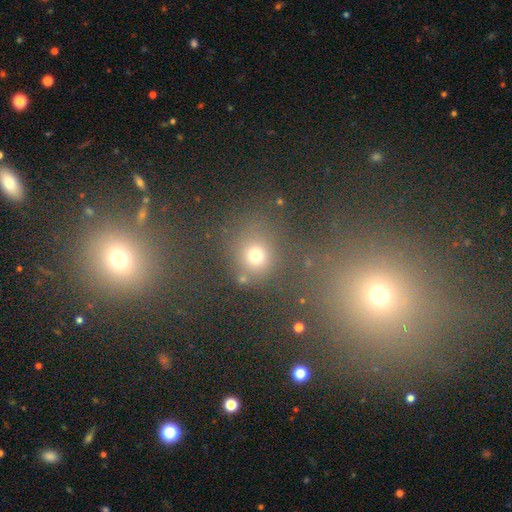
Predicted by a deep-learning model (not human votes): Smooth or featured? smooth (65%)
How rounded? round (80%)
Merging? none (66%)